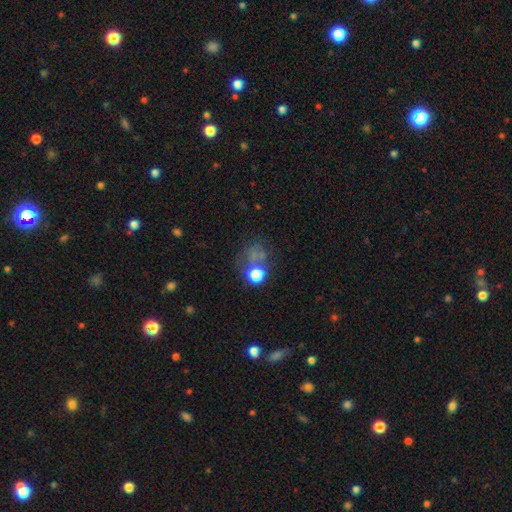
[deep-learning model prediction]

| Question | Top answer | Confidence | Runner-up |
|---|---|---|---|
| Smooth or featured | smooth | 55% | star or artifact (30%) |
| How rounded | round | 72% | in between (27%) |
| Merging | none | 47% | major disturbance (19%) |